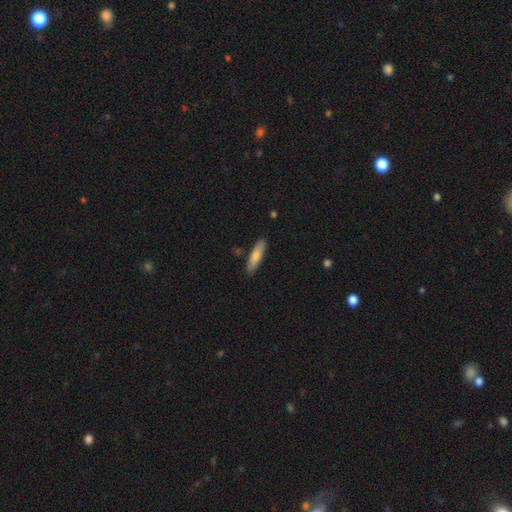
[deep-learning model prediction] Smooth or featured: smooth — 77% (featured or disk — 18%)
How rounded: cigar-shaped — 74% (in between — 25%)
Merging: none — 87% (minor disturbance — 10%)